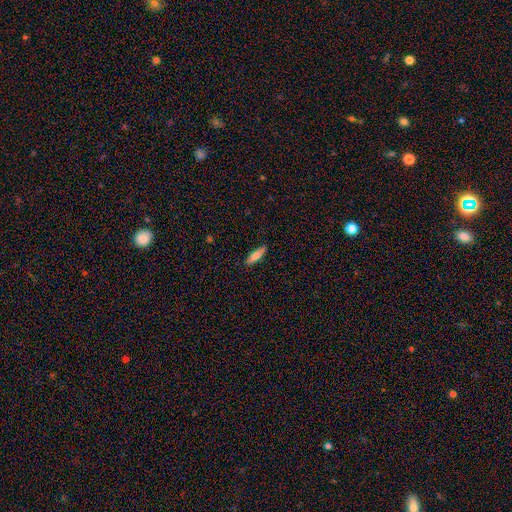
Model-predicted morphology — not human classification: This is likely a smooth galaxy (72%). How rounded: likely cigar-shaped (63%). Merging: clearly none (88%).